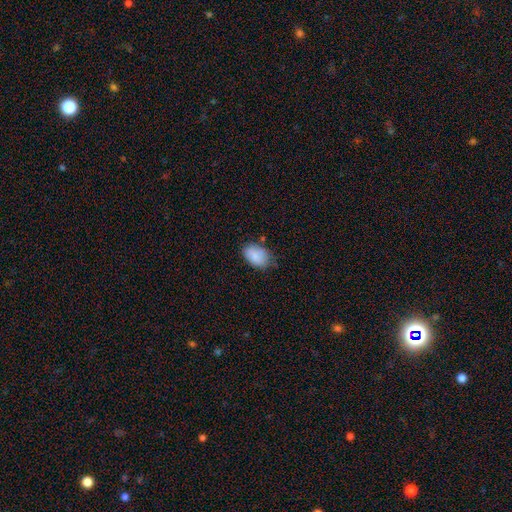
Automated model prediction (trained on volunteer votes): Morphology: type=smooth (85%); roundness=in between (89%); merging=none (65%).